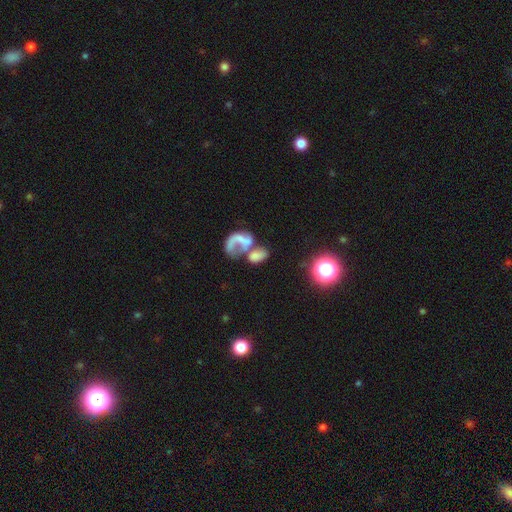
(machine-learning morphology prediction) A smooth galaxy with no disk features (48%). Merging: merger (57%).